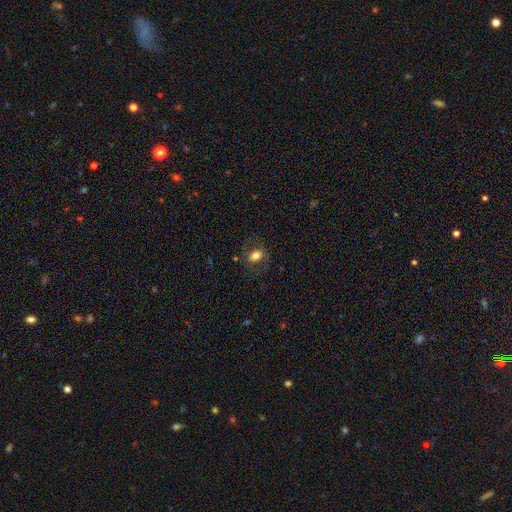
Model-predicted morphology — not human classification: Smooth or featured? smooth (68%)
How rounded? in between (72%)
Merging? none (72%)